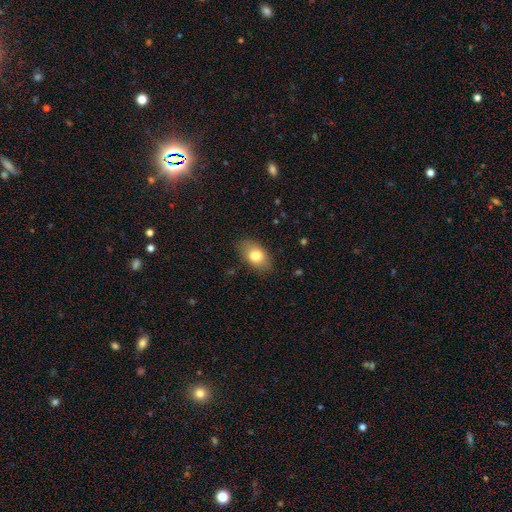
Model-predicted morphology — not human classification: smooth-or-featured: smooth: 79% | featured or disk: 13% | star or artifact: 8%
  how-rounded: in between: 88% | round: 10% | cigar-shaped: 2%
  merging: none: 82% | minor disturbance: 13% | major disturbance: 3% | merger: 1%